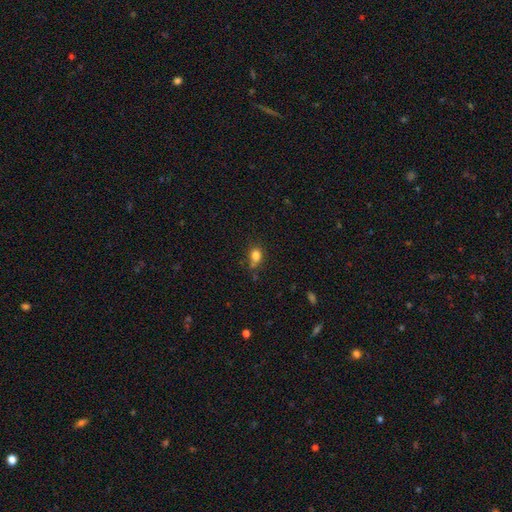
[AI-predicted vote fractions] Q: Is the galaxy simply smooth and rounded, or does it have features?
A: smooth — 81%.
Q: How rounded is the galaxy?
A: in between — 52%.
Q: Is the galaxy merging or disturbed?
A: none — 62%.